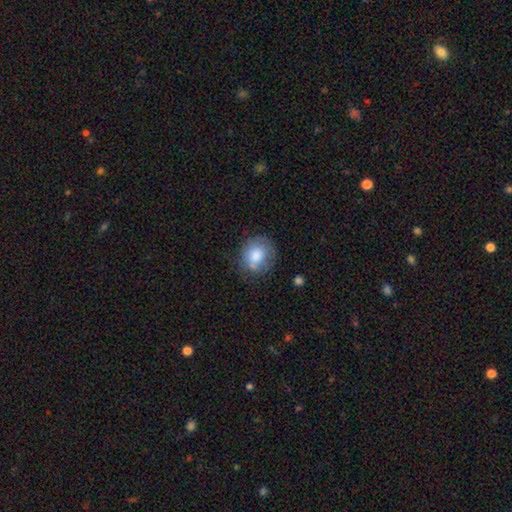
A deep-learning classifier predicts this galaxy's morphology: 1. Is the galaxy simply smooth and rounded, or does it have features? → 78% smooth, 14% featured or disk, 8% star or artifact.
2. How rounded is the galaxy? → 74% round, 25% in between, 1% cigar-shaped.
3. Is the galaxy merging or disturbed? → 65% none, 23% minor disturbance, 8% major disturbance, 4% merger.